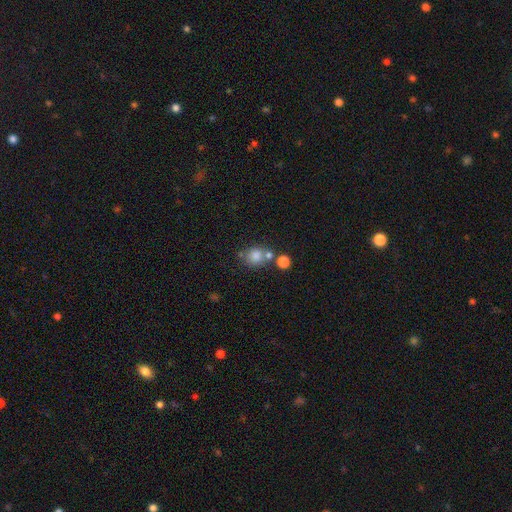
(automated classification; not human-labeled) Smooth or featured: smooth — 79% (star or artifact — 12%)
How rounded: round — 80% (in between — 19%)
Merging: none — 59% (merger — 25%)